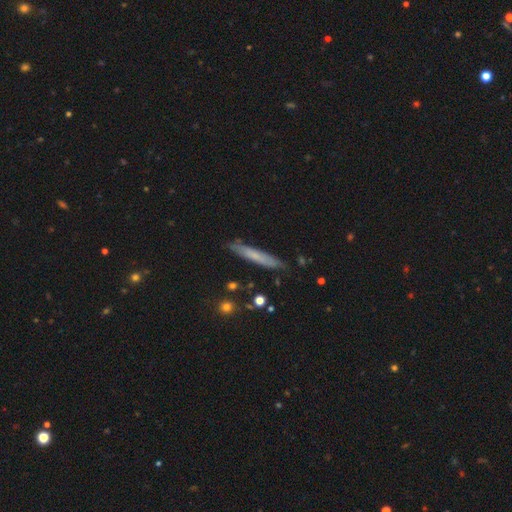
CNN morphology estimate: Smooth or featured?
  - smooth: 58% *
  - featured or disk: 35%
  - star or artifact: 7%
How rounded?
  - cigar-shaped: 93% *
  - in between: 6%
  - round: 2%
Merging?
  - none: 82% *
  - minor disturbance: 14%
  - major disturbance: 3%
  - merger: 2%